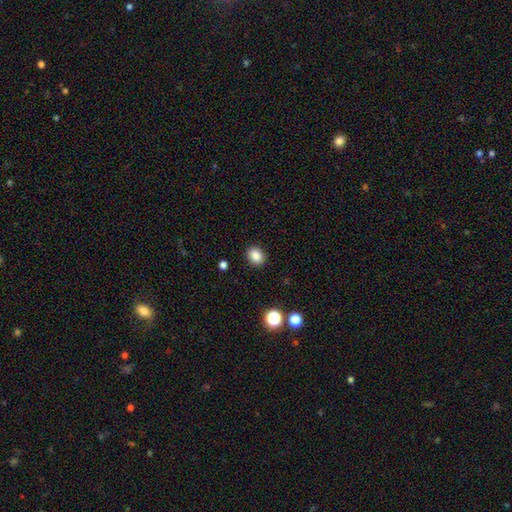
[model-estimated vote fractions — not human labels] A smooth galaxy with no disk features (86%) that is in between round and cigar-shaped (51%).

Vote fractions:
- Smooth or featured? smooth: 86% / star or artifact: 10% / featured or disk: 4%
- How rounded? in between: 51% / round: 48% / cigar-shaped: 1%
- Merging? none: 89% / minor disturbance: 8% / major disturbance: 2% / merger: 1%